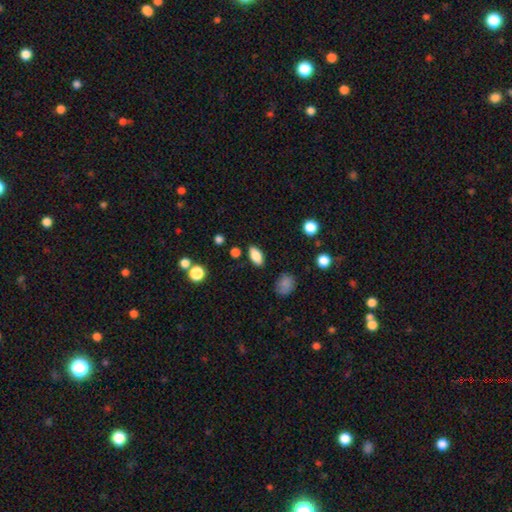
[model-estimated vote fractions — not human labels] Smooth or featured? smooth (83%)
How rounded? in between (89%)
Merging? none (85%)